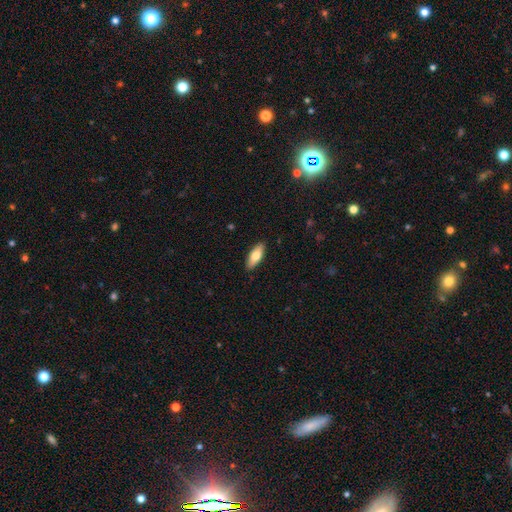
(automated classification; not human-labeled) A smooth galaxy with no disk features (72%) that is in between round and cigar-shaped (71%).

Vote fractions:
- Smooth or featured? smooth: 72% / featured or disk: 22% / star or artifact: 6%
- How rounded? in between: 71% / cigar-shaped: 27% / round: 2%
- Merging? none: 89% / minor disturbance: 8% / major disturbance: 2% / merger: 1%